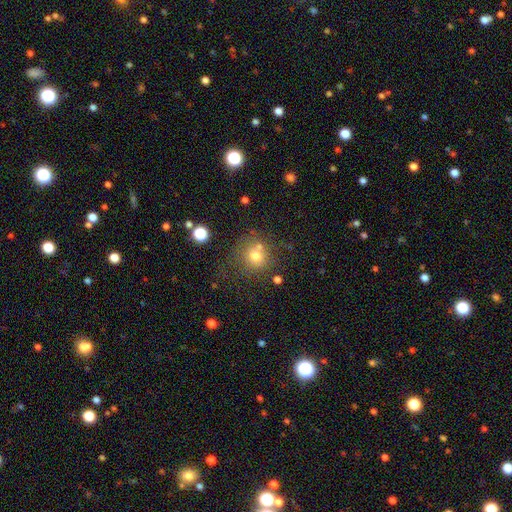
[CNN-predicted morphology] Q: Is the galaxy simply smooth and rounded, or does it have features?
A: smooth — 71%.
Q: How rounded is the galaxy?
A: round — 87%.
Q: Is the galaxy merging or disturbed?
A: none — 60%.